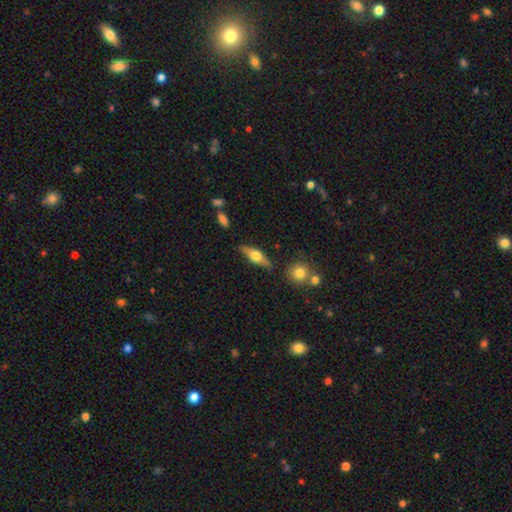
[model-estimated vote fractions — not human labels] This appears to be a smooth galaxy with no disk features (48%). Merging: none (81%).